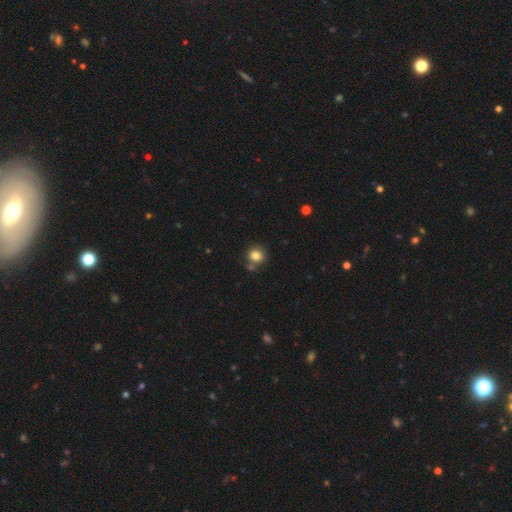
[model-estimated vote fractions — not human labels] This is clearly a smooth galaxy (82%). How rounded: clearly round (89%). Merging: likely none (72%).